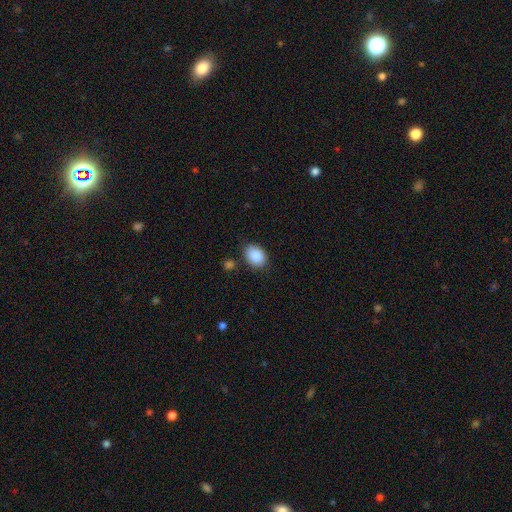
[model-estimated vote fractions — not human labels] Morphology: type=smooth (88%); roundness=in between (64%); merging=none (79%).